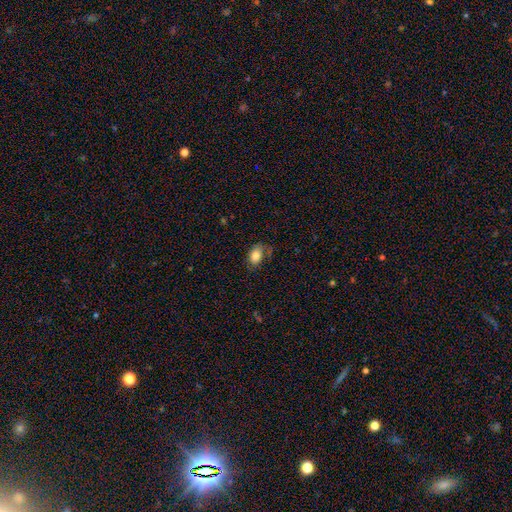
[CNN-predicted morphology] Smooth or featured?
  - smooth: 83% *
  - featured or disk: 9%
  - star or artifact: 8%
How rounded?
  - in between: 85% *
  - round: 14%
  - cigar-shaped: 1%
Merging?
  - none: 63% *
  - minor disturbance: 25%
  - major disturbance: 10%
  - merger: 3%